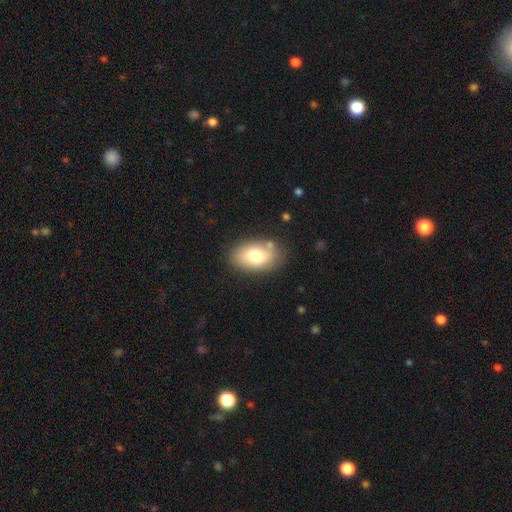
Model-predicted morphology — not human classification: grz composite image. It shows a smooth galaxy with no disk features (75%) that is in between round and cigar-shaped (90%). Merging: none (78%).